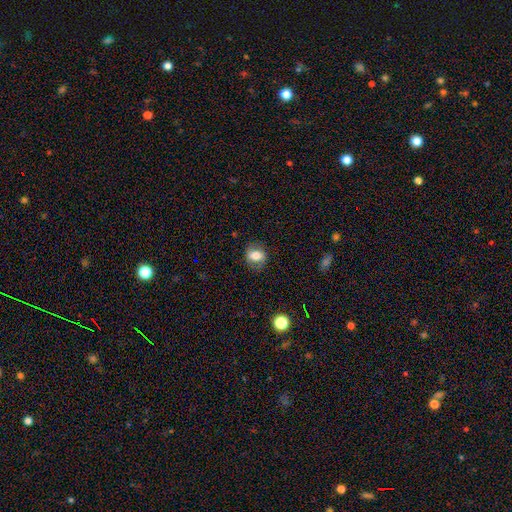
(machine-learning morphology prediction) Smooth or featured: smooth — 70% (featured or disk — 21%)
How rounded: in between — 56% (round — 43%)
Merging: none — 77% (minor disturbance — 16%)